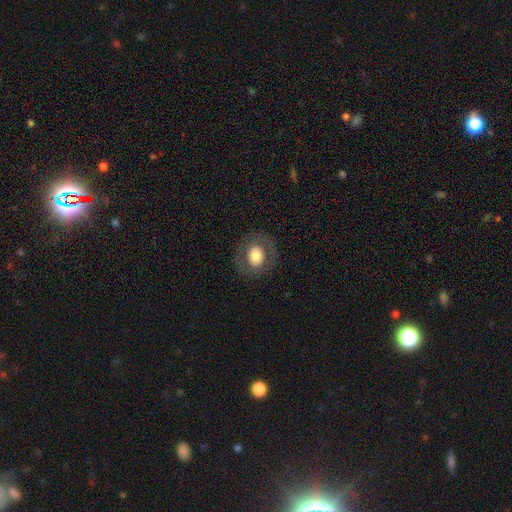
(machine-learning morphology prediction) A smooth galaxy with no disk features (66%) that is round (68%).

Vote fractions:
- Smooth or featured? smooth: 66% / featured or disk: 26% / star or artifact: 8%
- How rounded? round: 68% / in between: 31% / cigar-shaped: 1%
- Merging? none: 83% / minor disturbance: 9% / major disturbance: 6% / merger: 1%